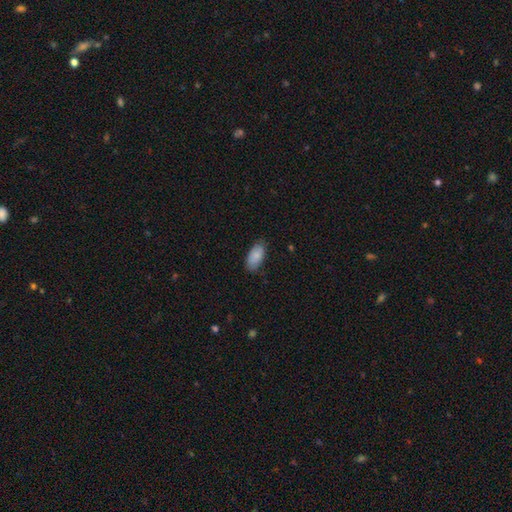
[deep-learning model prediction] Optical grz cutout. It shows a smooth galaxy with no disk features (87%) that is in between round and cigar-shaped (93%). Merging: none (78%).